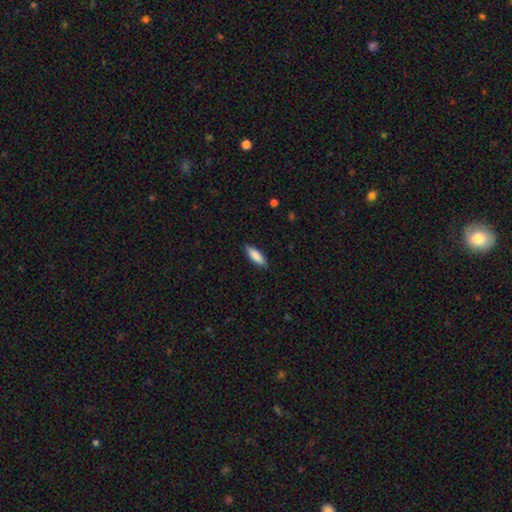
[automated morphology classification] Smooth or featured? Predicted: smooth (p=0.87). How rounded? Predicted: in between (p=0.61). Merging? Predicted: none (p=0.86).